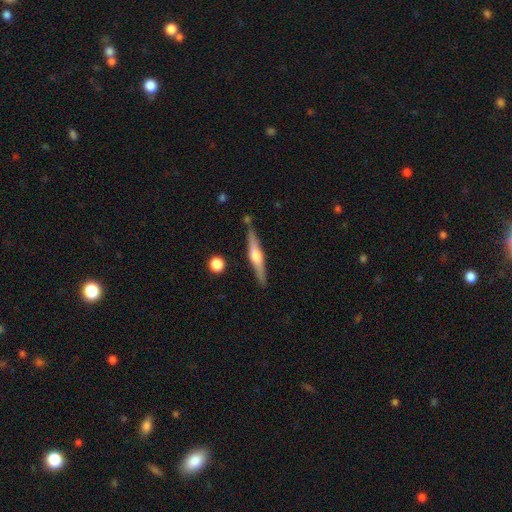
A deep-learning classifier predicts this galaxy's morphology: type=featured or disk (70%); edge-on=yes (97%); edge-on bulge=rounded (87%); merging=none (83%).